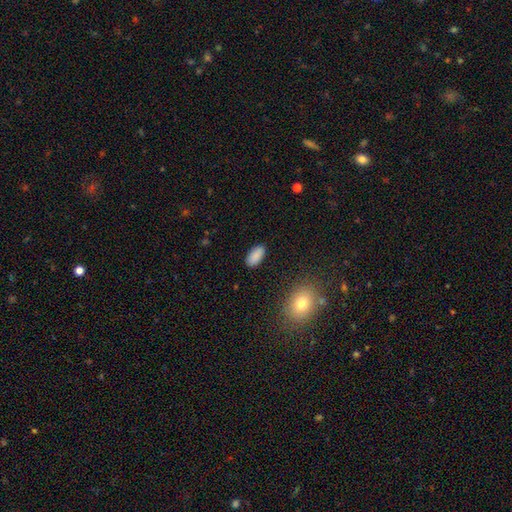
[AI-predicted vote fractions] A smooth galaxy with no disk features (88%) that is in between round and cigar-shaped (93%). Merging: none (86%).